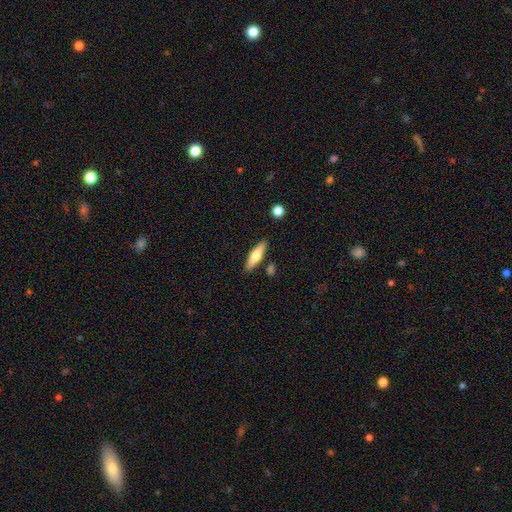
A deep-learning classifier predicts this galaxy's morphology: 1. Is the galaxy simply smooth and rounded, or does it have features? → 50% smooth, 44% featured or disk, 6% star or artifact.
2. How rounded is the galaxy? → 66% cigar-shaped, 32% in between, 3% round.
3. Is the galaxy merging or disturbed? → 85% none, 9% minor disturbance, 4% merger, 2% major disturbance.